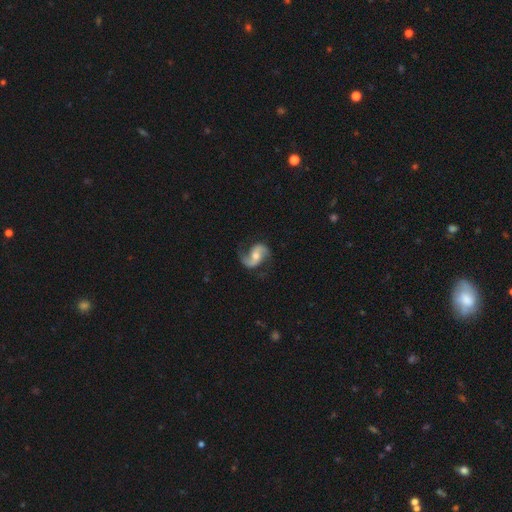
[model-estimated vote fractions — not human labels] Morphology: type=featured or disk (85%); edge-on=no (97%); bar=no (48%); spiral arms=yes (96%); winding=loose (54%); arm count=2 (92%); bulge=moderate (62%); merging=none (76%).